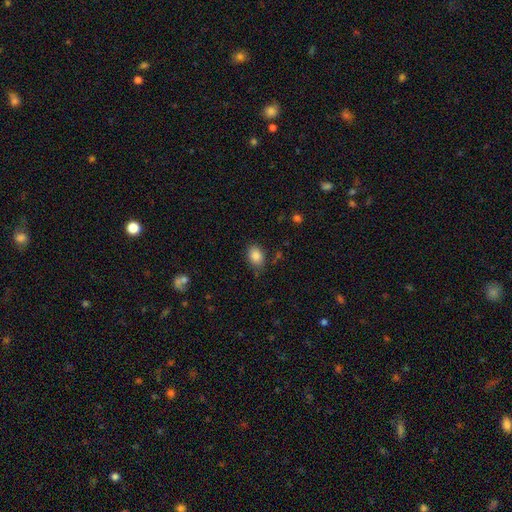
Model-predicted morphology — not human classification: smooth_or_featured: smooth (p=0.86) [alt: star or artifact p=0.09]
how_rounded: in between (p=0.76) [alt: round p=0.22]
merging: none (p=0.77) [alt: minor disturbance p=0.18]